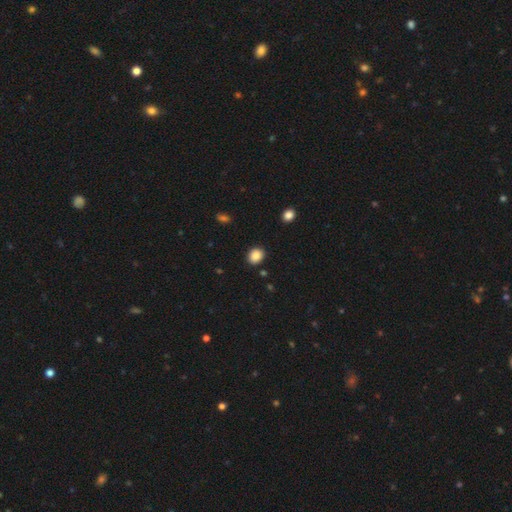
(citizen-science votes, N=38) A smooth galaxy with no disk features (95%) that is round (56%). Merging: none (87%).